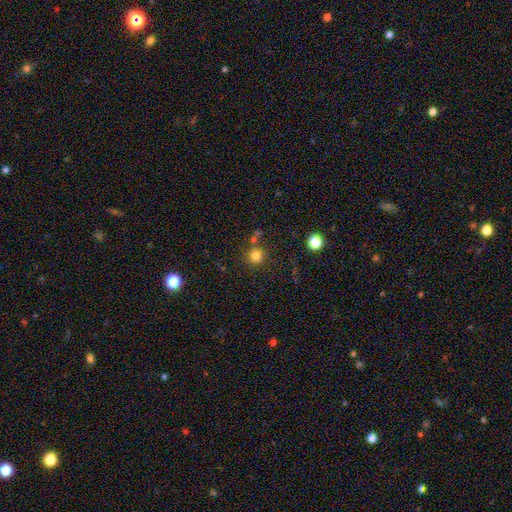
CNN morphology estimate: This is likely a smooth galaxy (79%). How rounded: clearly round (94%). Merging: likely none (79%).